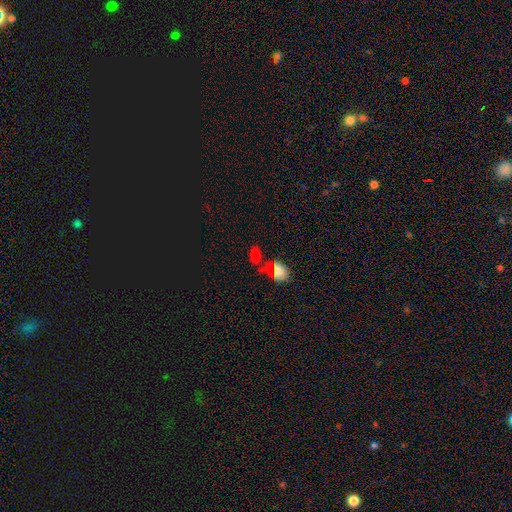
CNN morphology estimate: Overall: smooth (61%; star or artifact 31%). How rounded: in between (84%). Merging: none (58%; merger 18%).